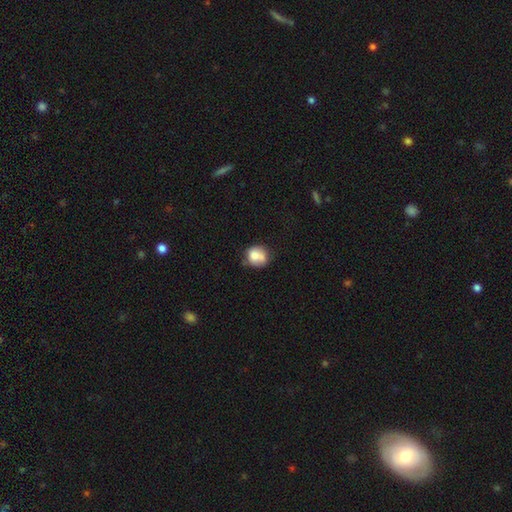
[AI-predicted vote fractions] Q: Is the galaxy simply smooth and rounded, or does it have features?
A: smooth — 75%.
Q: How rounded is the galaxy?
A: round — 74%.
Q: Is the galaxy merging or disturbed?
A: none — 49%.